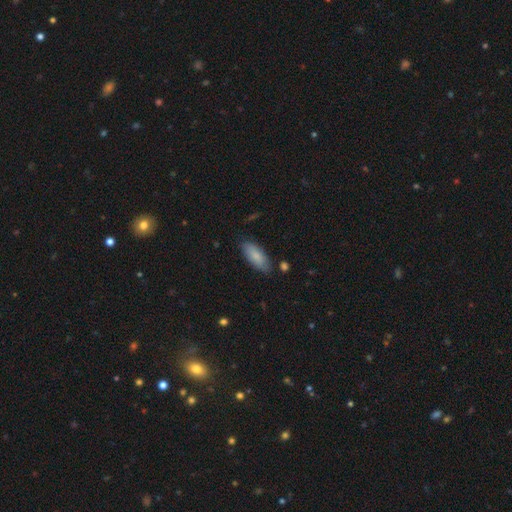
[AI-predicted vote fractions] A smooth galaxy with no disk features (84%) that is in between round and cigar-shaped (80%).

Vote fractions:
- Smooth or featured? smooth: 84% / featured or disk: 11% / star or artifact: 6%
- How rounded? in between: 80% / cigar-shaped: 19% / round: 2%
- Merging? none: 81% / minor disturbance: 15% / major disturbance: 3% / merger: 2%